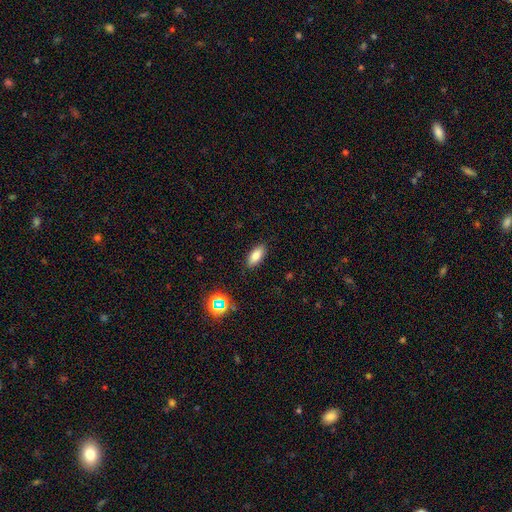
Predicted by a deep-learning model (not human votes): The model was most divided on "how rounded": in between: 84%, cigar-shaped: 13%, round: 3%. More confident: merging — none (88%); smooth or featured — smooth (81%).